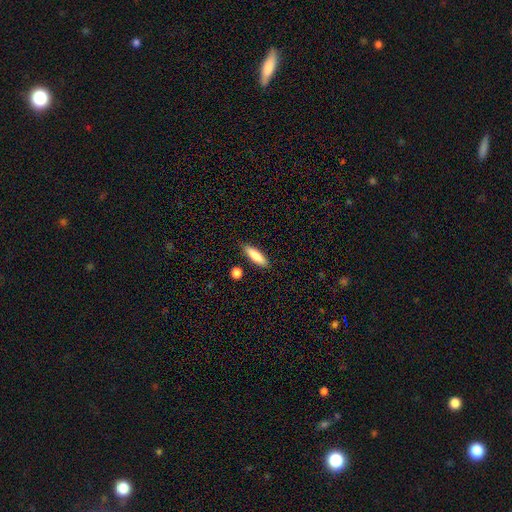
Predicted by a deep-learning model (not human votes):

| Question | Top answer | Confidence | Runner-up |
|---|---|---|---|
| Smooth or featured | smooth | 84% | featured or disk (10%) |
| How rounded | cigar-shaped | 59% | in between (40%) |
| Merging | none | 84% | minor disturbance (10%) |